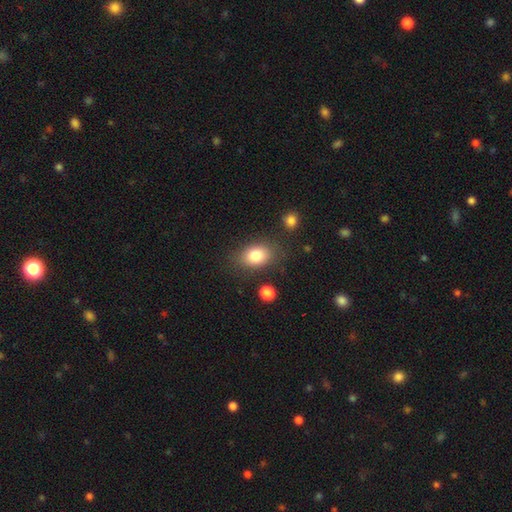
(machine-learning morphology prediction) This appears to be a smooth galaxy with no disk features (82%) that is in between round and cigar-shaped (74%). Merging: none (79%).